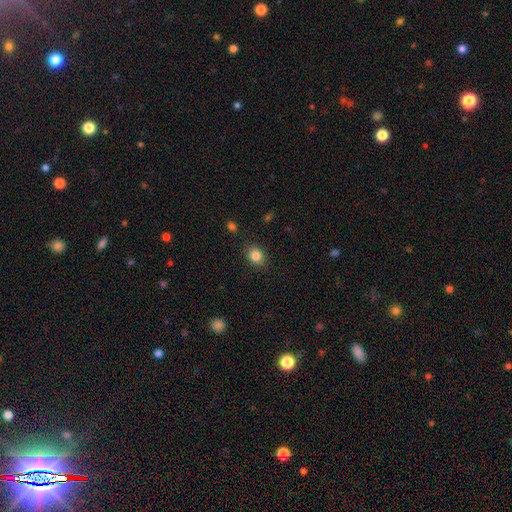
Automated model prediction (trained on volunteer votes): smooth_or_featured: smooth (p=0.84) [alt: star or artifact p=0.10]
how_rounded: round (p=0.58) [alt: in between p=0.41]
merging: none (p=0.87) [alt: minor disturbance p=0.09]